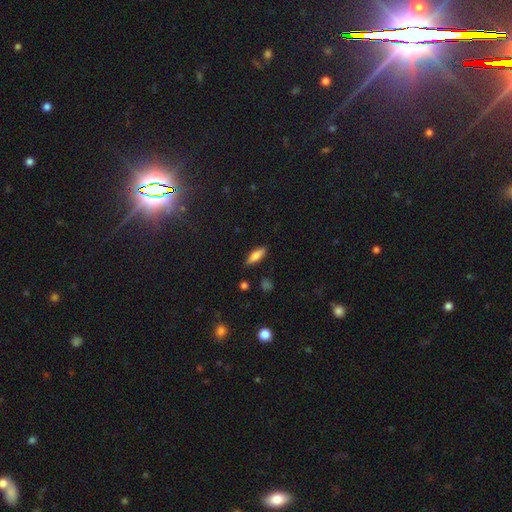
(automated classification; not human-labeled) Smooth or featured?
  - smooth: 67% *
  - featured or disk: 25%
  - star or artifact: 8%
How rounded?
  - in between: 50% *
  - cigar-shaped: 47%
  - round: 3%
Merging?
  - none: 86% *
  - minor disturbance: 11%
  - major disturbance: 2%
  - merger: 1%